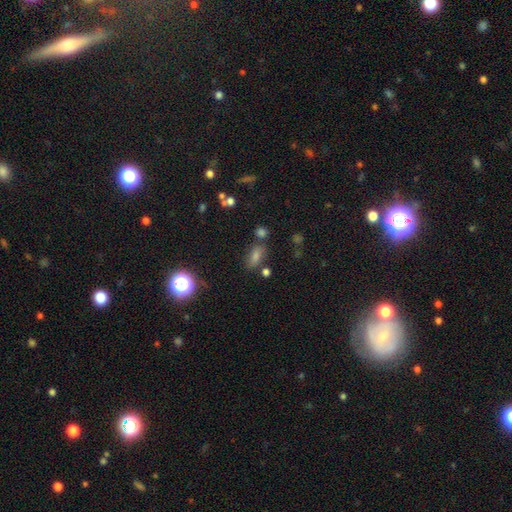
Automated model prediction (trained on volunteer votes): A smooth galaxy with no disk features (59%) that is in between round and cigar-shaped (76%).

Vote fractions:
- Smooth or featured? smooth: 59% / star or artifact: 29% / featured or disk: 13%
- How rounded? in between: 76% / round: 15% / cigar-shaped: 9%
- Merging? none: 73% / minor disturbance: 13% / merger: 9% / major disturbance: 5%